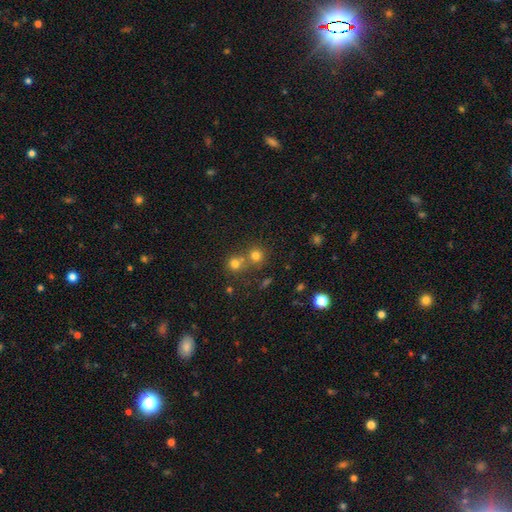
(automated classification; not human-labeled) Overall: smooth (74%). How rounded: round (89%). Merging: none (59%; merger 32%).